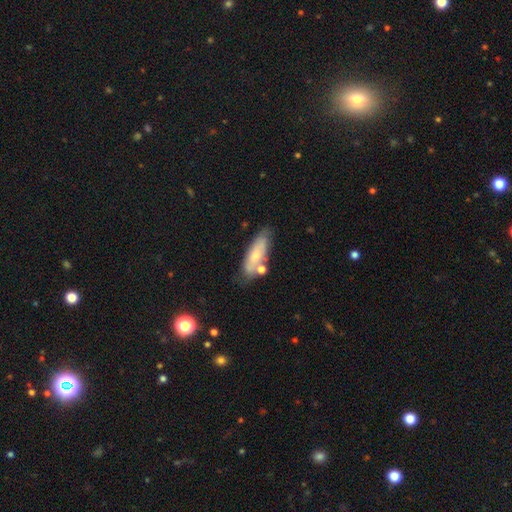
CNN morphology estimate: The model was most divided on "how rounded": in between: 59%, cigar-shaped: 38%, round: 3%. More confident: smooth or featured — smooth (61%); merging — none (59%).